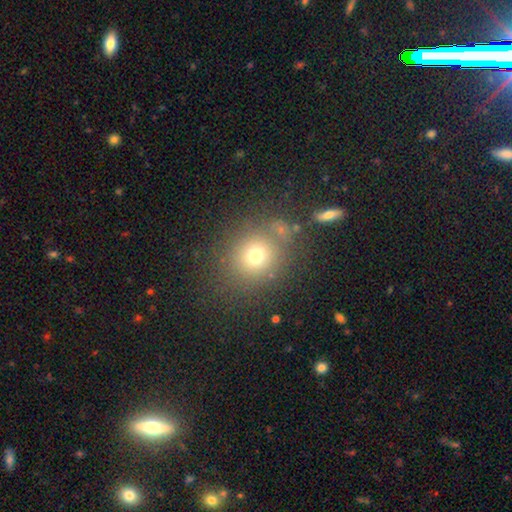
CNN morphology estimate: This appears to be a smooth galaxy with no disk features (72%) that is round (84%). Merging: none (76%).